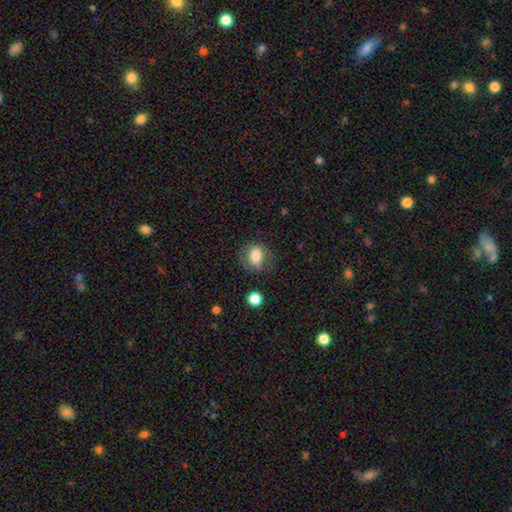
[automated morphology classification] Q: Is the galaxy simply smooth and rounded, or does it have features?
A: smooth — 76%.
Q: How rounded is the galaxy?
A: in between — 51%.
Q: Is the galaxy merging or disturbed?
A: none — 61%.